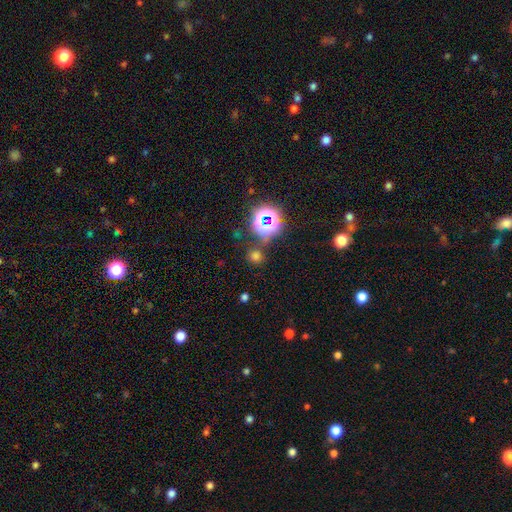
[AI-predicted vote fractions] Smooth or featured? smooth (60%)
How rounded? round (87%)
Merging? none (77%)